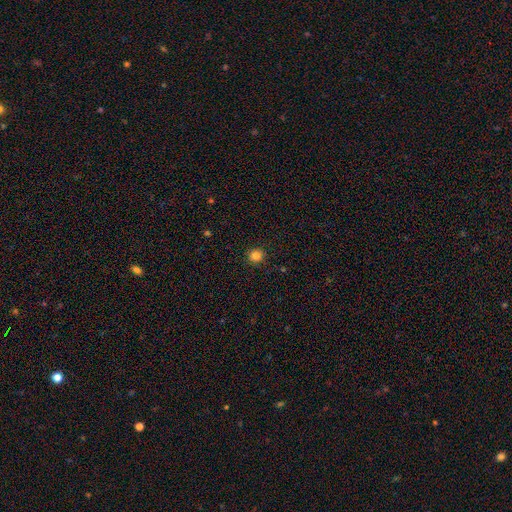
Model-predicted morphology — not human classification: smooth_or_featured: smooth (p=0.83) [alt: star or artifact p=0.13]
how_rounded: round (p=0.94) [alt: in between p=0.05]
merging: none (p=0.92) [alt: minor disturbance p=0.05]